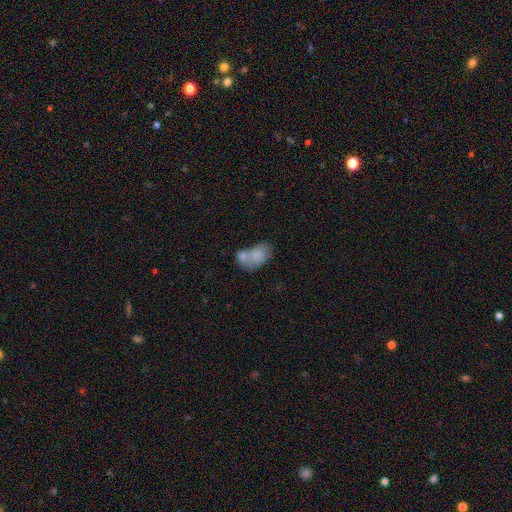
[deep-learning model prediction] smooth-or-featured: smooth: 79% | featured or disk: 14% | star or artifact: 8%
  how-rounded: in between: 86% | round: 13% | cigar-shaped: 2%
  merging: merger: 55% | none: 26% | minor disturbance: 12% | major disturbance: 7%